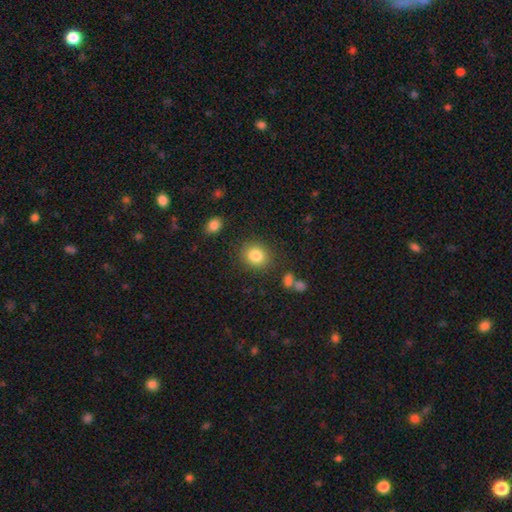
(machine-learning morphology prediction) Smooth or featured: smooth — 84% (star or artifact — 10%)
How rounded: round — 72% (in between — 27%)
Merging: none — 85% (minor disturbance — 9%)